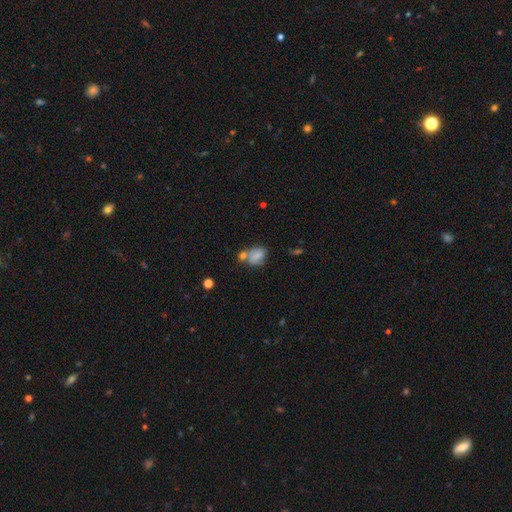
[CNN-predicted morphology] smooth-or-featured: smooth: 67% | featured or disk: 22% | star or artifact: 11%
  how-rounded: in between: 64% | round: 34% | cigar-shaped: 2%
  merging: none: 37% | merger: 34% | minor disturbance: 20% | major disturbance: 9%